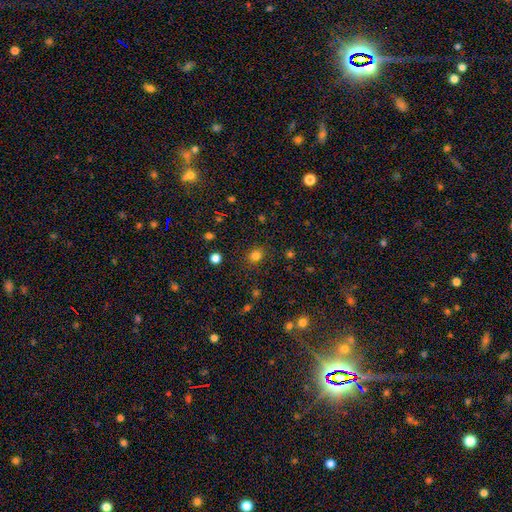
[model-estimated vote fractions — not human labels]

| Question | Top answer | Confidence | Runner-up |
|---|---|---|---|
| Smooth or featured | smooth | 80% | star or artifact (15%) |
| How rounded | round | 63% | in between (36%) |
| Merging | none | 85% | minor disturbance (10%) |